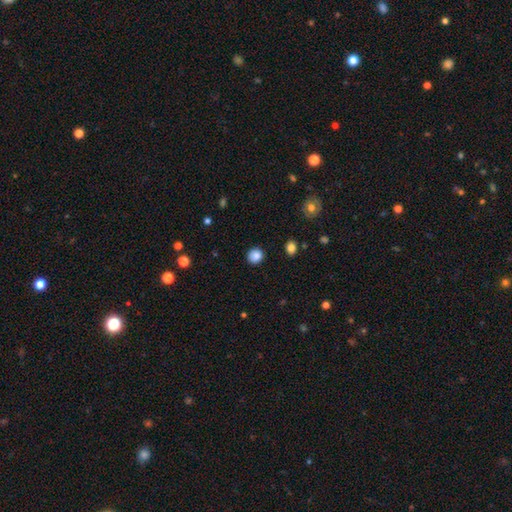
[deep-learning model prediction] Overall: smooth (86%). How rounded: round (90%). Merging: none (90%).